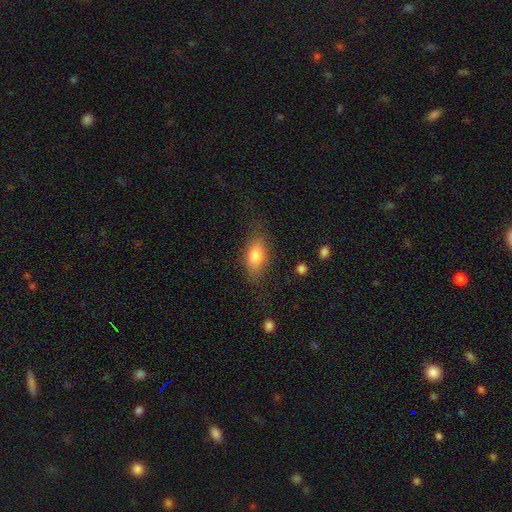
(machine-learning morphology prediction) Smooth or featured? smooth (79%)
How rounded? in between (85%)
Merging? none (73%)